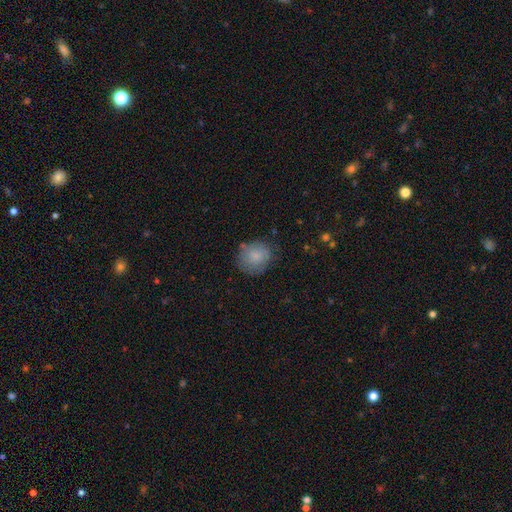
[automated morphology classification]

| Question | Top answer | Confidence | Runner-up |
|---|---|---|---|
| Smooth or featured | smooth | 79% | featured or disk (13%) |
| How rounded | round | 76% | in between (23%) |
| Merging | none | 70% | minor disturbance (21%) |